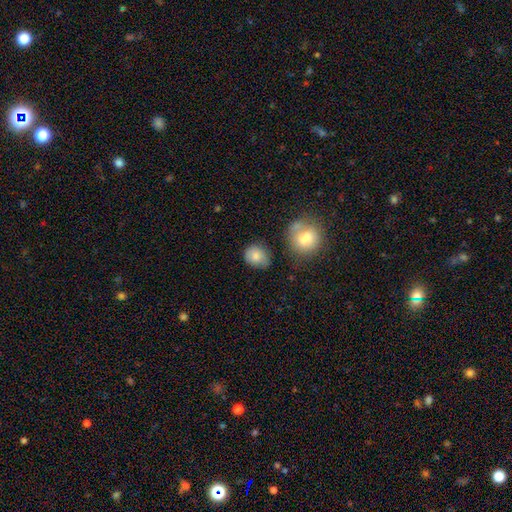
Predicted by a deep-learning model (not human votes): A smooth galaxy with no disk features (82%) that is round (67%). Merging: none (68%).